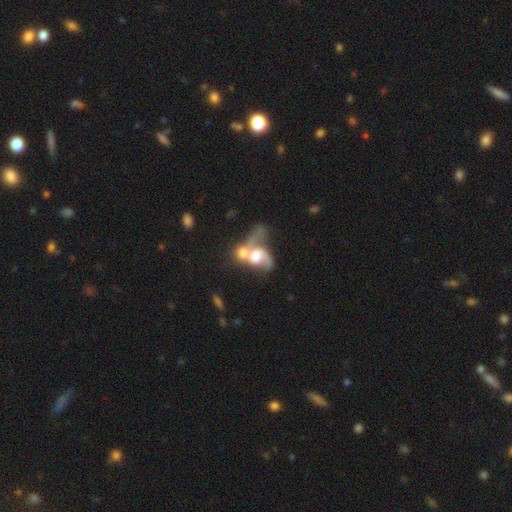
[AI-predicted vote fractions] Smooth or featured? Predicted: featured or disk (p=0.65). Edge-on disk? Predicted: no (p=0.97). Bar? Predicted: no (p=0.65). Spiral arms? Predicted: yes (p=0.79). Bulge size? Predicted: large (p=0.41). Merging? Predicted: merger (p=0.70).